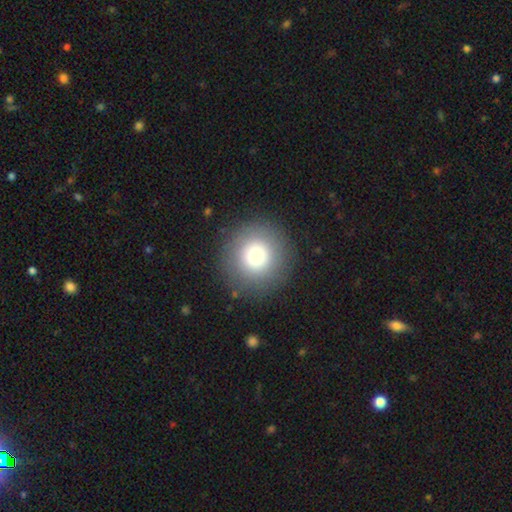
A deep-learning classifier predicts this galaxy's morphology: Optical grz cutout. It shows a smooth galaxy with no disk features (76%) that is round (96%). Merging: none (89%).